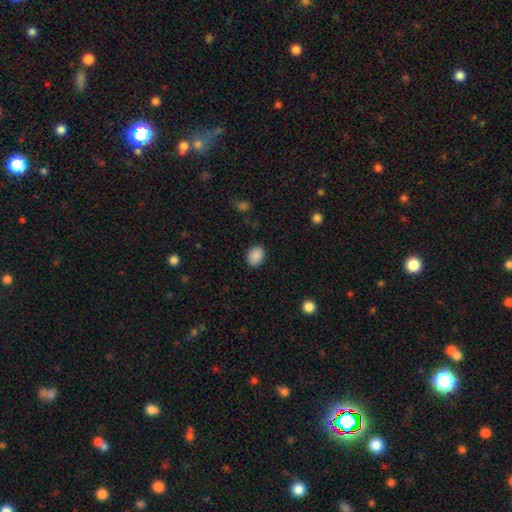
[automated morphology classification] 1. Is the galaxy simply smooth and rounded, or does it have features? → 89% smooth, 8% star or artifact, 3% featured or disk.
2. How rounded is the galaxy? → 61% in between, 38% round, 1% cigar-shaped.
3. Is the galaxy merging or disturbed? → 88% none, 9% minor disturbance, 2% major disturbance, 1% merger.